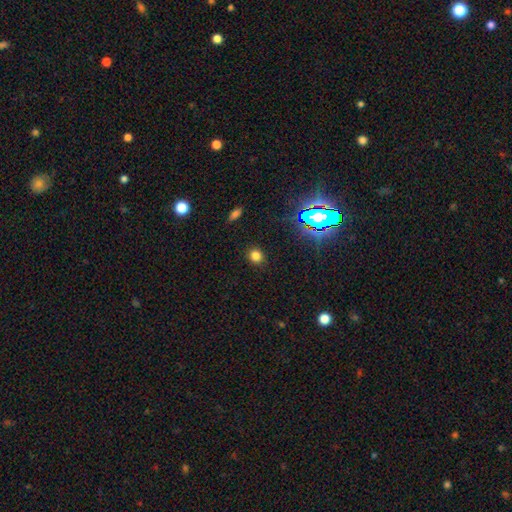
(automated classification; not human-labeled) A smooth galaxy with no disk features (75%) that is round (83%). Merging: none (89%).